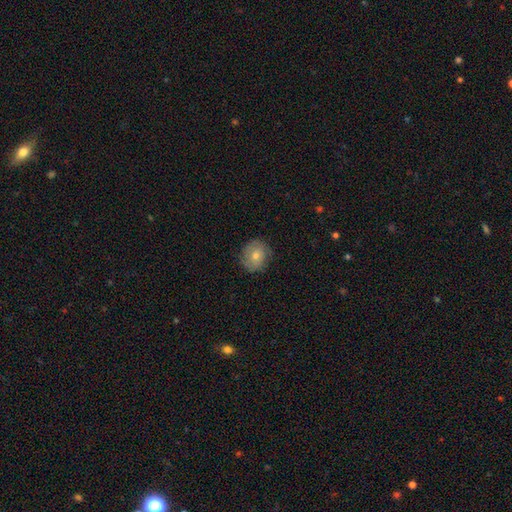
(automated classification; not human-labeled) Morphology: type=smooth (48%); merging=none (83%).